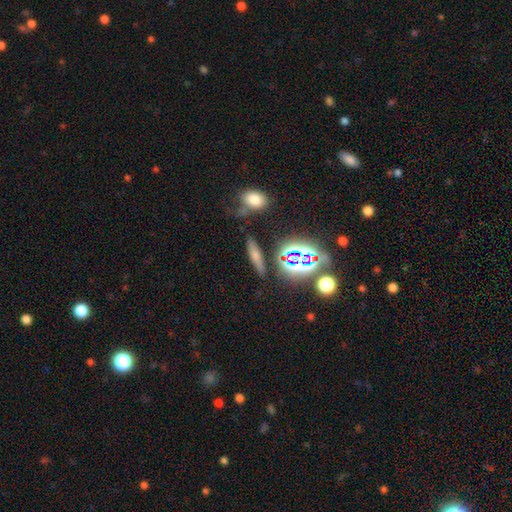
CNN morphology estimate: Q: Smooth or featured?
A: smooth (55%); runner-up: star or artifact (23%)
Q: How rounded?
A: cigar-shaped (73%); runner-up: in between (21%)
Q: Merging?
A: none (81%); runner-up: minor disturbance (11%)